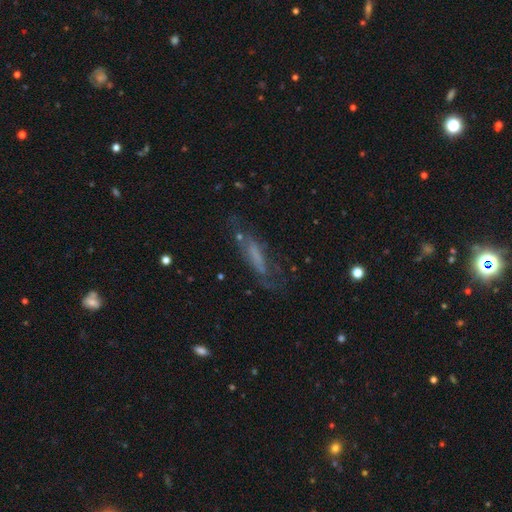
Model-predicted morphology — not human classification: Smooth or featured? featured or disk (45%)
Merging? none (52%)